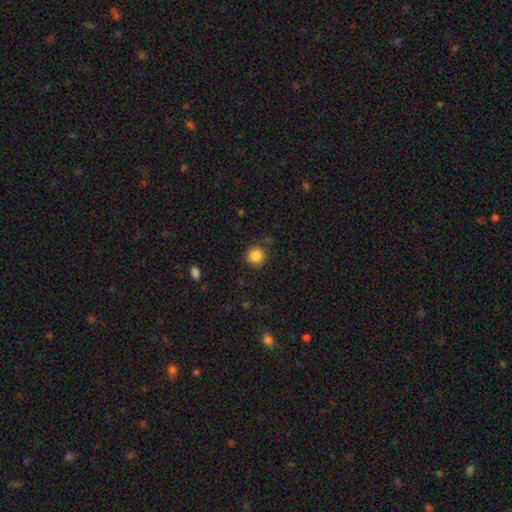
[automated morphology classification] Overall: smooth (86%). How rounded: round (93%). Merging: none (87%).